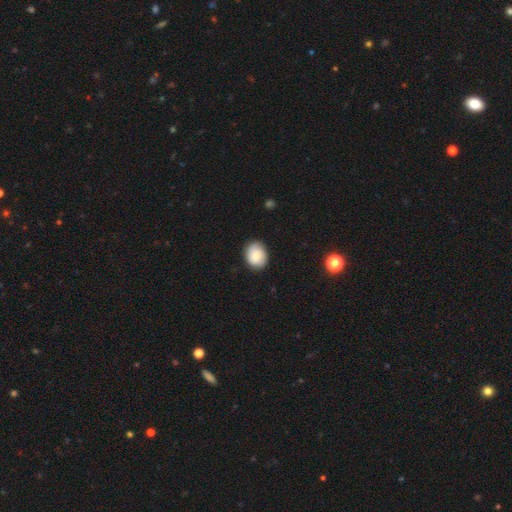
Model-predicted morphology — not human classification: smooth_or_featured: smooth (p=0.76) [alt: featured or disk p=0.17]
how_rounded: round (p=0.56) [alt: in between p=0.43]
merging: none (p=0.81) [alt: minor disturbance p=0.15]